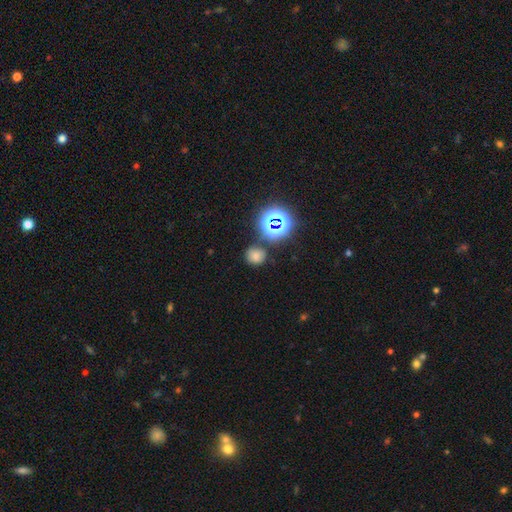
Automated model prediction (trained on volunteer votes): Smooth or featured: smooth — 66% (star or artifact — 26%)
How rounded: round — 81% (in between — 18%)
Merging: none — 73% (minor disturbance — 14%)